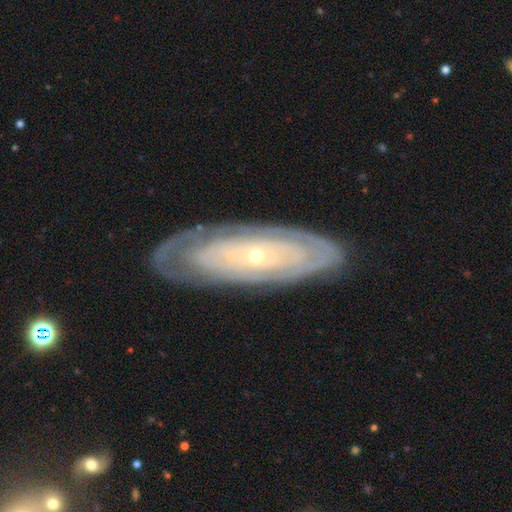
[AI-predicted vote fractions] Smooth or featured? Predicted: featured or disk (p=0.79). Edge-on disk? Predicted: no (p=0.86). Bar? Predicted: no (p=0.86). Spiral arms? Predicted: yes (p=0.75). Spiral winding? Predicted: tight (p=0.84). Spiral arm count? Predicted: can't tell (p=0.64). Bulge size? Predicted: small (p=0.80). Merging? Predicted: none (p=0.79).